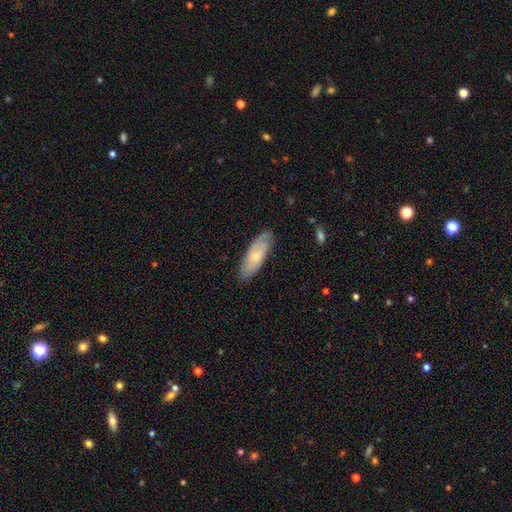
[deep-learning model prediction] Smooth or featured? Predicted: smooth (p=0.57). How rounded? Predicted: in between (p=0.64). Merging? Predicted: none (p=0.79).